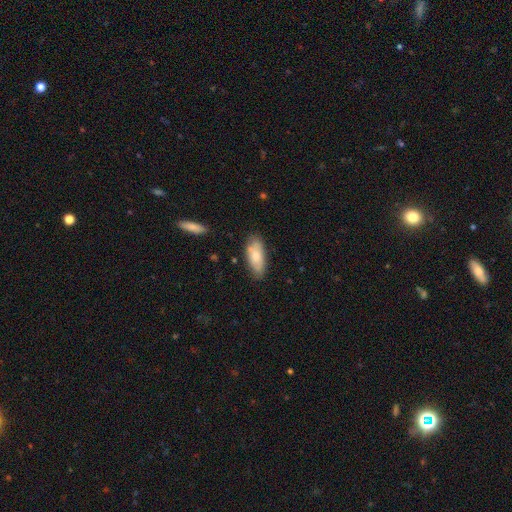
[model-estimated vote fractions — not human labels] Smooth or featured: smooth — 74% (featured or disk — 20%)
How rounded: in between — 83% (cigar-shaped — 15%)
Merging: none — 74% (minor disturbance — 20%)